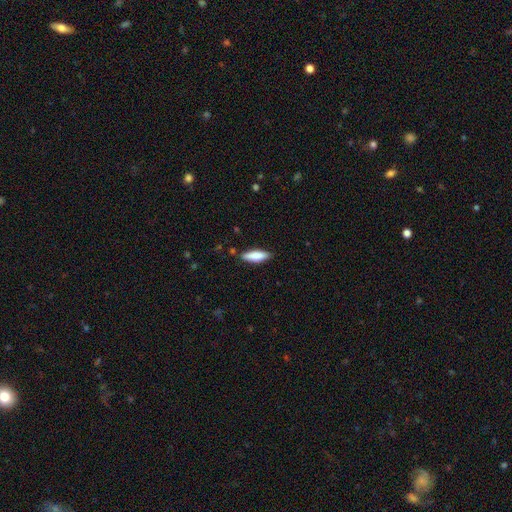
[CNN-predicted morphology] Smooth or featured? smooth (83%)
How rounded? cigar-shaped (50%)
Merging? none (83%)